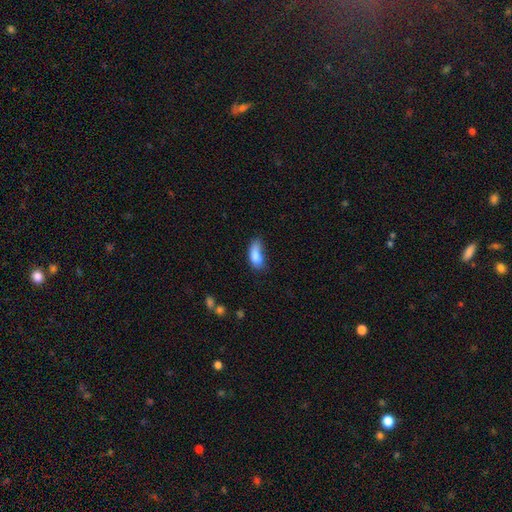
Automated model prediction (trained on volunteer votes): A smooth galaxy with no disk features (81%) that is in between round and cigar-shaped (81%).

Vote fractions:
- Smooth or featured? smooth: 81% / featured or disk: 11% / star or artifact: 9%
- How rounded? in between: 81% / cigar-shaped: 16% / round: 3%
- Merging? minor disturbance: 36% / none: 34% / major disturbance: 21% / merger: 9%